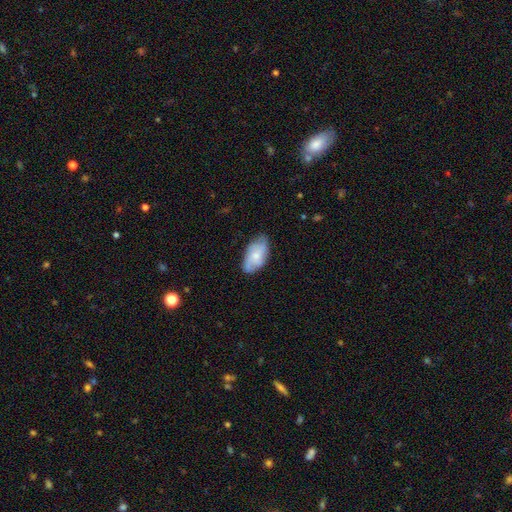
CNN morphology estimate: Smooth or featured: smooth — 51% (featured or disk — 42%)
How rounded: in between — 93% (round — 4%)
Merging: none — 71% (minor disturbance — 23%)